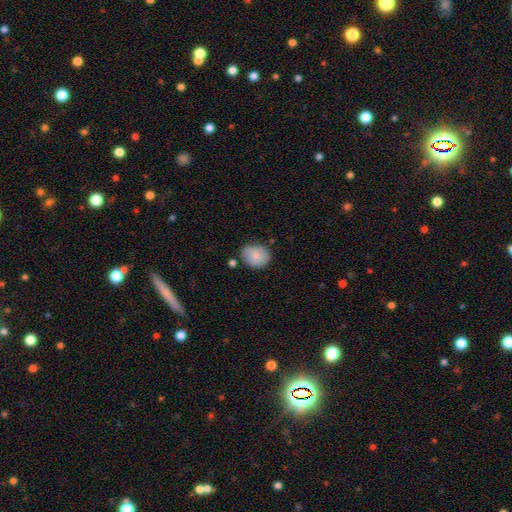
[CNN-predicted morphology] Smooth or featured? Predicted: smooth (p=0.84). How rounded? Predicted: round (p=0.55). Merging? Predicted: none (p=0.73).